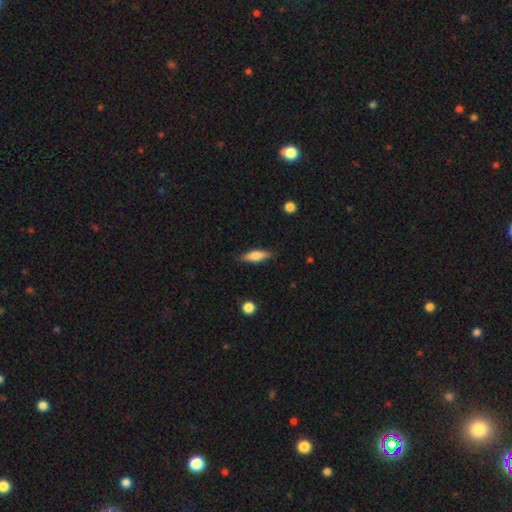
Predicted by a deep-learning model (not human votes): This appears to be a smooth galaxy with no disk features (74%) that is cigar-shaped (51%). Merging: none (86%).